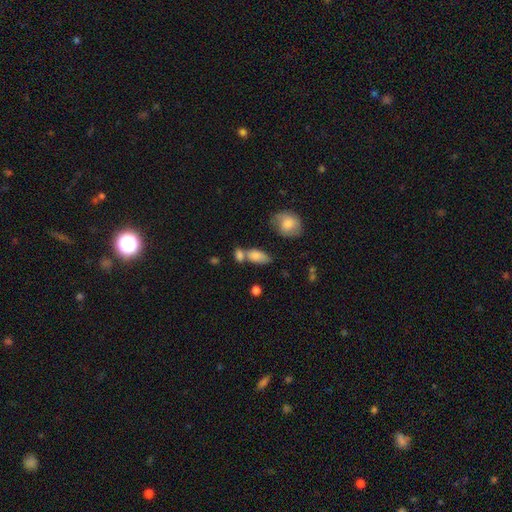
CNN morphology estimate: smooth-or-featured: smooth: 81% | featured or disk: 11% | star or artifact: 9%
  how-rounded: in between: 86% | cigar-shaped: 7% | round: 7%
  merging: none: 43% | merger: 37% | minor disturbance: 15% | major disturbance: 6%